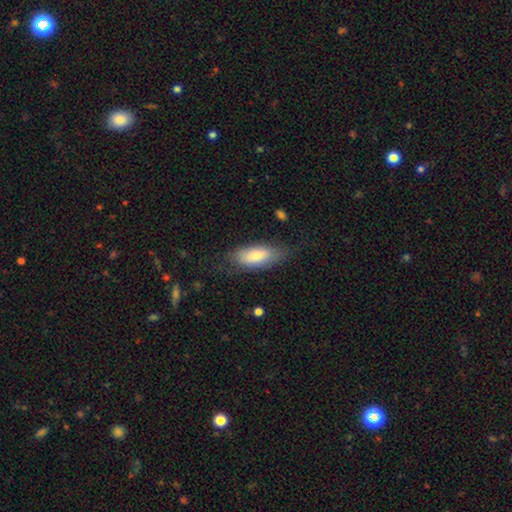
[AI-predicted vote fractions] Morphology: type=smooth (75%); roundness=in between (83%); merging=none (66%).